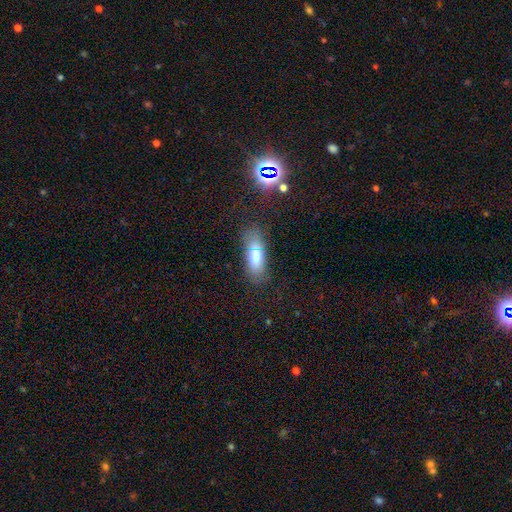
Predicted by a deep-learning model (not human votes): Smooth or featured? smooth (70%)
How rounded? in between (73%)
Merging? none (69%)